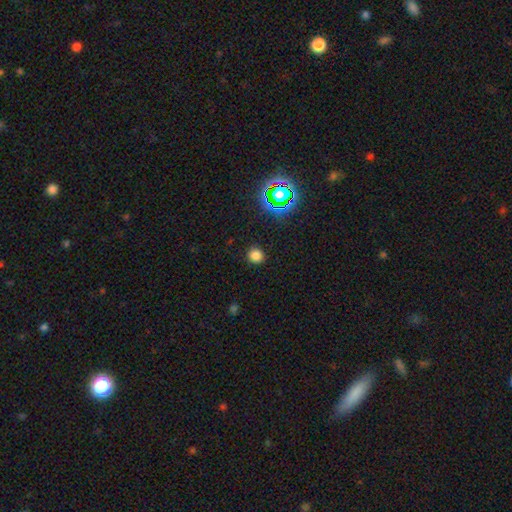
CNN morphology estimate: smooth 76%, star or artifact 19%, featured or disk 5%. Down the decision tree: how rounded — round (90%); merging — none (90%).